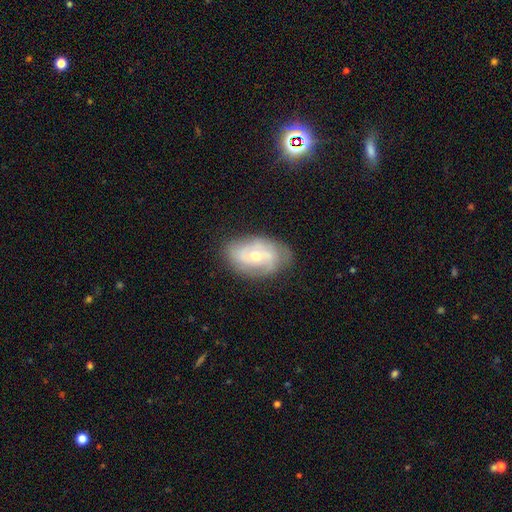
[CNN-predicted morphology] Smooth or featured?
  - featured or disk: 71% *
  - smooth: 22%
  - star or artifact: 7%
Edge-on disk?
  - no: 95% *
  - yes: 5%
Bar?
  - no: 59% *
  - weak: 32%
  - strong: 10%
Spiral arms?
  - yes: 82% *
  - no: 18%
Spiral winding?
  - tight: 42% *
  - medium: 39%
  - loose: 19%
Spiral arm count?
  - 2: 46% *
  - can't tell: 30%
  - 3: 14%
  - 1: 4%
  - 4: 4%
  - more than 4: 3%
Bulge size?
  - moderate: 57% *
  - small: 39%
  - large: 2%
  - none: 1%
  - dominant: 1%
Merging?
  - none: 73% *
  - minor disturbance: 20%
  - major disturbance: 6%
  - merger: 2%